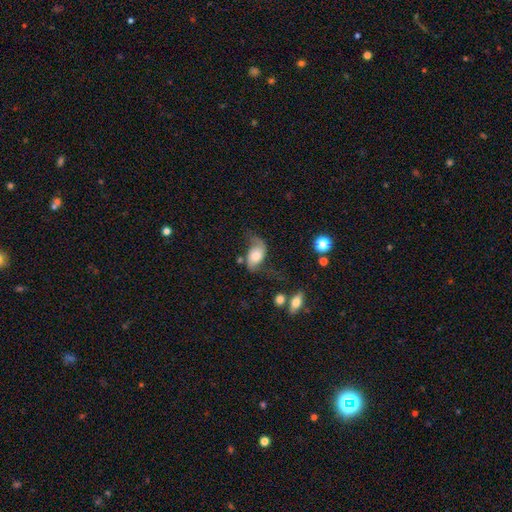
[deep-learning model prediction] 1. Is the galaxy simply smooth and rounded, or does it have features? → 60% featured or disk, 32% smooth, 8% star or artifact.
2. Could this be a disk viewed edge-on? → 95% no, 5% yes.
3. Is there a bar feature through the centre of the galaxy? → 66% no, 26% weak, 7% strong.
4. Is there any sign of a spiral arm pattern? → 90% yes, 10% no.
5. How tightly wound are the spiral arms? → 75% loose, 19% medium, 5% tight.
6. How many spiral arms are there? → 84% 2, 10% 1, 3% can't tell, 1% 3, 1% 4, 1% more than 4.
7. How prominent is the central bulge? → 40% moderate, 30% large, 16% small, 8% dominant, 6% none.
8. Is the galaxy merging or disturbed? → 47% none, 25% minor disturbance, 23% major disturbance, 5% merger.